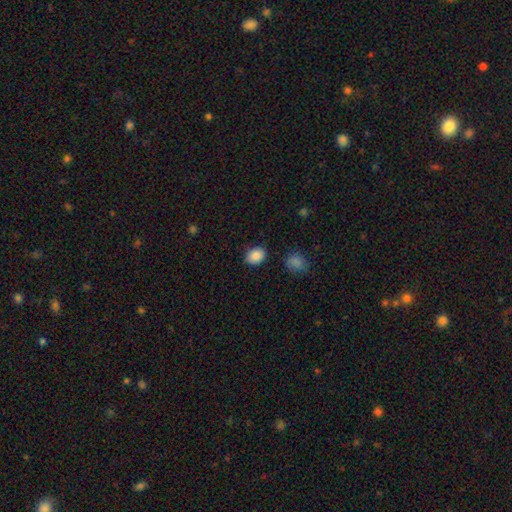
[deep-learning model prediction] Smooth or featured? smooth (88%)
How rounded? in between (59%)
Merging? none (84%)